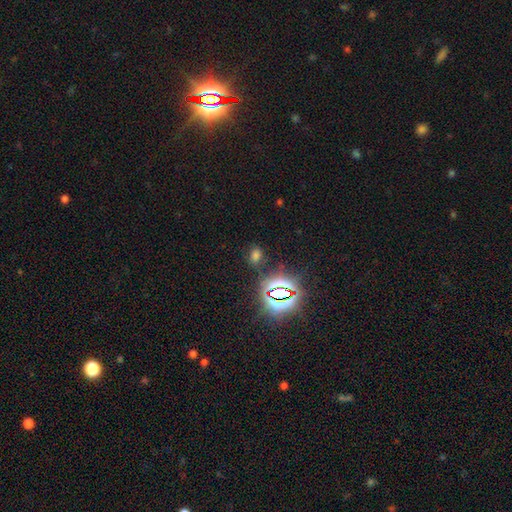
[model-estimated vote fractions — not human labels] Morphology: type=smooth (52%); roundness=in between (77%); merging=none (75%).